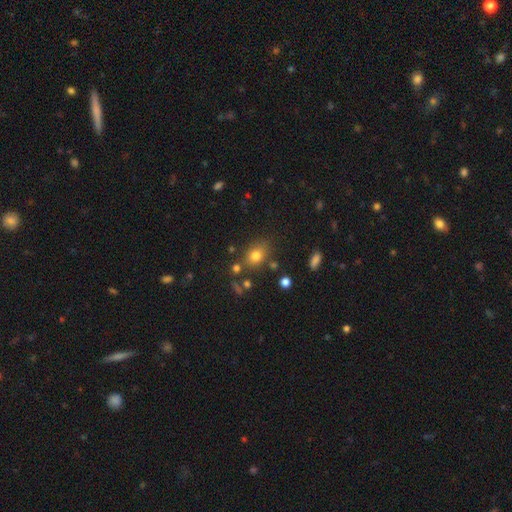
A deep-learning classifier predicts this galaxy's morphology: The model was most divided on "how rounded": in between: 58%, round: 41%, cigar-shaped: 2%. More confident: smooth or featured — smooth (77%); merging — none (71%).